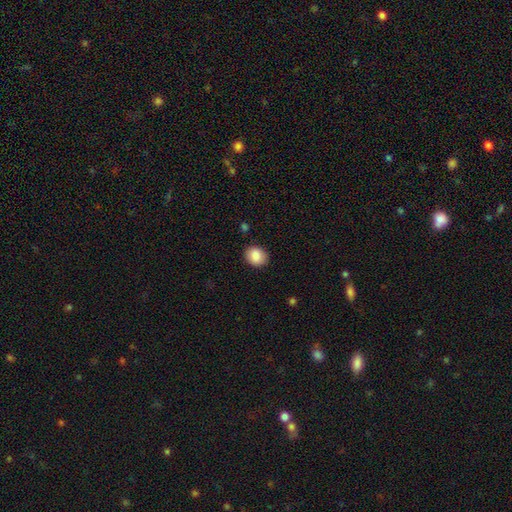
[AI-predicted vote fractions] A smooth galaxy with no disk features (89%) that is round (60%).

Vote fractions:
- Smooth or featured? smooth: 89% / star or artifact: 8% / featured or disk: 4%
- How rounded? round: 60% / in between: 39% / cigar-shaped: 1%
- Merging? none: 87% / minor disturbance: 9% / major disturbance: 2% / merger: 1%